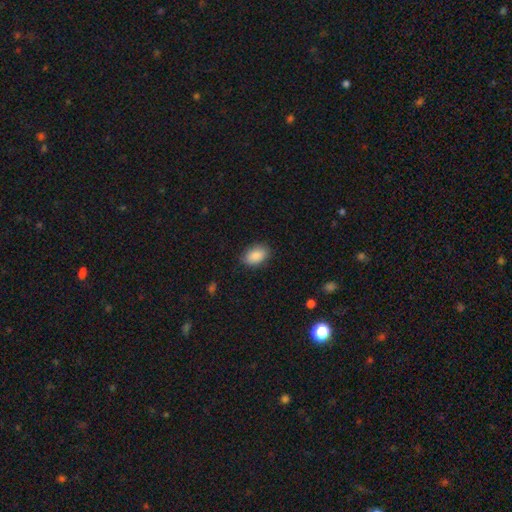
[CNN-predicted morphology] smooth 89%, star or artifact 7%, featured or disk 4%. Down the decision tree: how rounded — in between (89%); merging — none (86%).